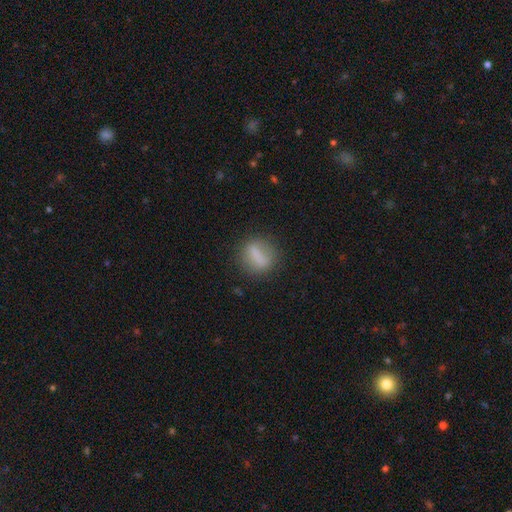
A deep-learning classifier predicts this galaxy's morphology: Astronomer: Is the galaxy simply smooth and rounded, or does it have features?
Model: smooth — 65%.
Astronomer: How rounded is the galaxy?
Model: round — 43% (runner-up: in between, 36%).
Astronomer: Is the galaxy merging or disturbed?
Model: none — 81%.